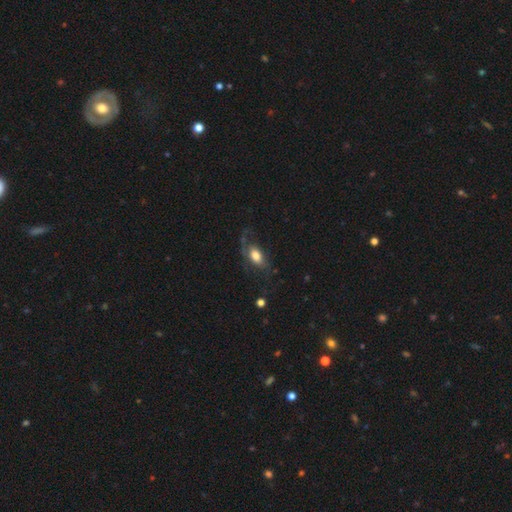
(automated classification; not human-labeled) smooth 55%, featured or disk 37%, star or artifact 8%. Down the decision tree: how rounded — in between (85%); merging — none (46%).